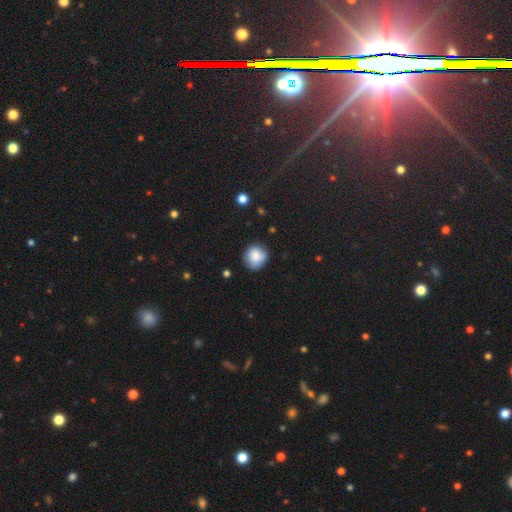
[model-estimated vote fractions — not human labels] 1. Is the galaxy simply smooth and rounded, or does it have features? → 78% smooth, 13% featured or disk, 9% star or artifact.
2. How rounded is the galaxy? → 90% round, 9% in between, 1% cigar-shaped.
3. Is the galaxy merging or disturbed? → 80% none, 15% minor disturbance, 3% major disturbance, 1% merger.